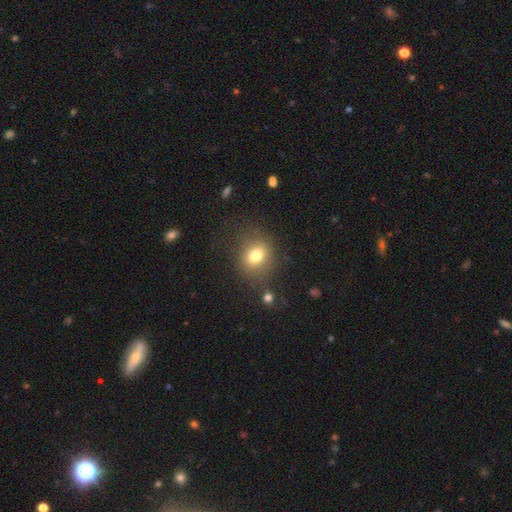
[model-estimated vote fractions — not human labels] Smooth or featured? smooth (76%)
How rounded? round (64%)
Merging? none (76%)